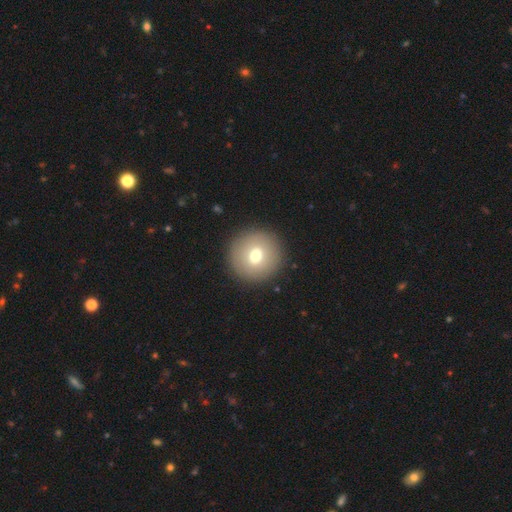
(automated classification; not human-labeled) The model was most divided on "smooth or featured": smooth: 69%, featured or disk: 21%, star or artifact: 10%. More confident: how rounded — round (95%); merging — none (91%).